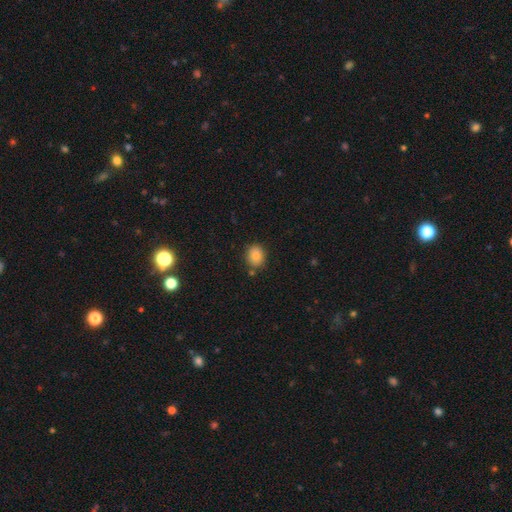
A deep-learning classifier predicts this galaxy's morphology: Smooth or featured? smooth (84%)
How rounded? round (55%)
Merging? none (80%)